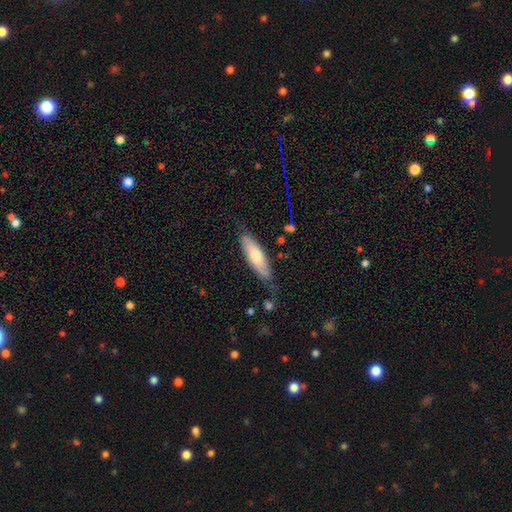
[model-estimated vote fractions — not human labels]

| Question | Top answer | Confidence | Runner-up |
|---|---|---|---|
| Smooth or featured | smooth | 64% | featured or disk (30%) |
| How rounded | cigar-shaped | 53% | in between (45%) |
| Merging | none | 70% | minor disturbance (22%) |